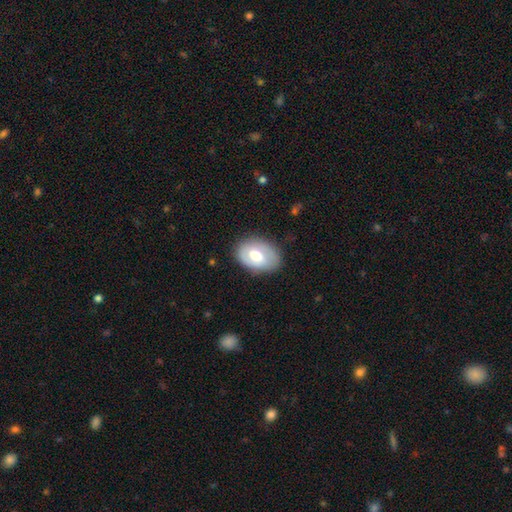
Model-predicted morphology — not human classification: Smooth or featured?
  - smooth: 55% *
  - featured or disk: 39%
  - star or artifact: 6%
How rounded?
  - in between: 80% *
  - round: 19%
  - cigar-shaped: 1%
Merging?
  - none: 79% *
  - minor disturbance: 16%
  - major disturbance: 5%
  - merger: 1%